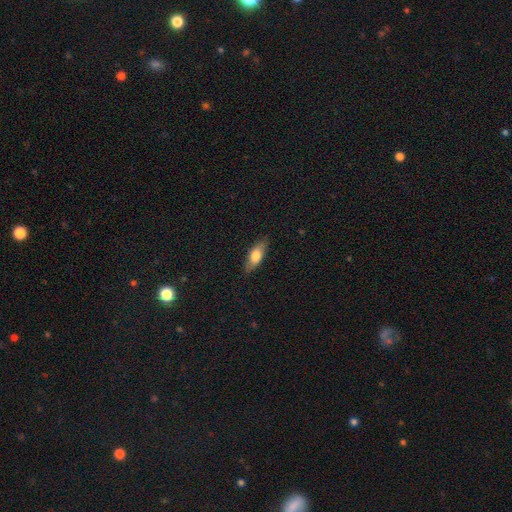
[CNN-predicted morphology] Overall: smooth (69%). How rounded: in between (69%). Merging: none (85%).